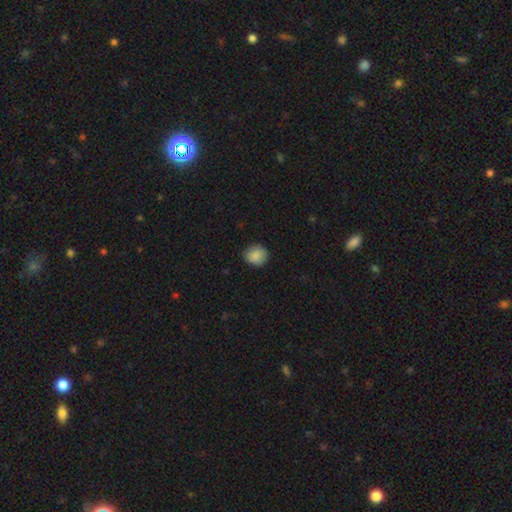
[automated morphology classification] Smooth or featured? Predicted: smooth (p=0.88). How rounded? Predicted: round (p=0.81). Merging? Predicted: none (p=0.83).